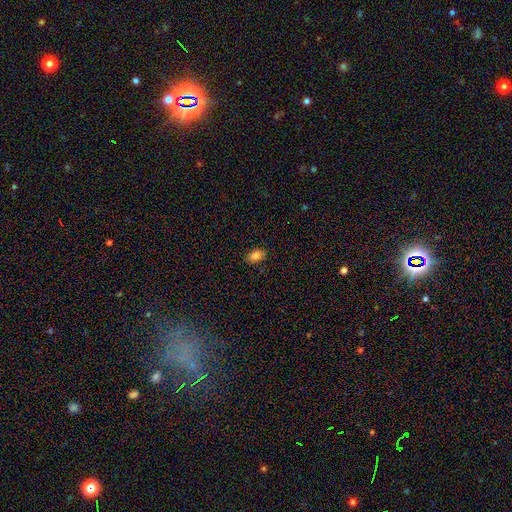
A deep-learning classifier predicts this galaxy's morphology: Smooth or featured: smooth — 84% (star or artifact — 9%)
How rounded: in between — 87% (round — 11%)
Merging: none — 87% (minor disturbance — 10%)